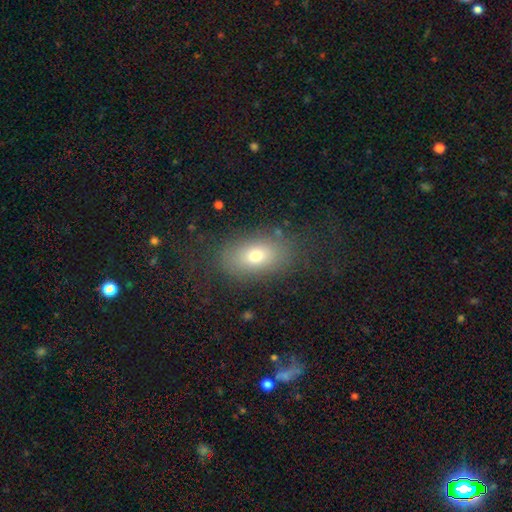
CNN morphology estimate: A smooth galaxy with no disk features (72%) that is in between round and cigar-shaped (85%).

Vote fractions:
- Smooth or featured? smooth: 72% / featured or disk: 17% / star or artifact: 12%
- How rounded? in between: 85% / round: 13% / cigar-shaped: 2%
- Merging? none: 78% / minor disturbance: 13% / major disturbance: 7% / merger: 2%